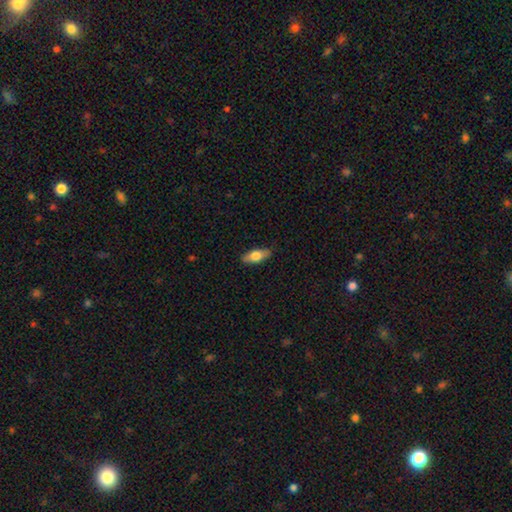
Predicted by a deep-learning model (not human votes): This is likely a smooth galaxy (71%). How rounded: likely in between (77%). Merging: clearly none (87%).